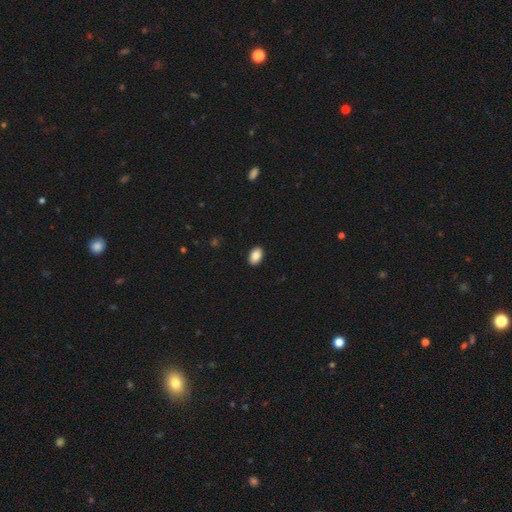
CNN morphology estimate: The model was most divided on "smooth or featured": smooth: 88%, star or artifact: 7%, featured or disk: 5%. More confident: merging — none (91%); how rounded — in between (90%).